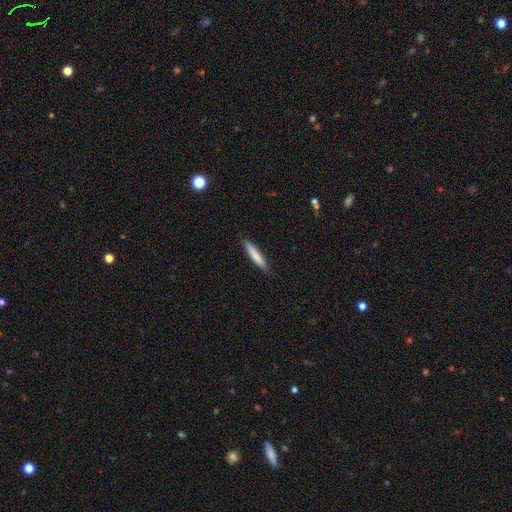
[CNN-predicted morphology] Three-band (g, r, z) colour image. It shows a smooth galaxy with no disk features (78%) that is cigar-shaped (90%). Merging: none (89%).